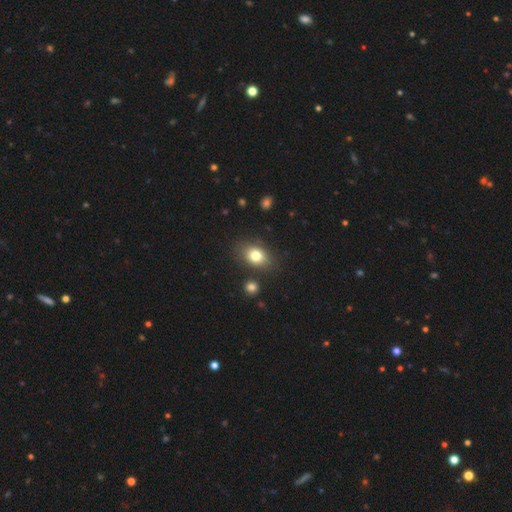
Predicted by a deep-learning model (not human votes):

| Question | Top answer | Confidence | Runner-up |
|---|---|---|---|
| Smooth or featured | smooth | 79% | featured or disk (11%) |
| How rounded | in between | 72% | round (26%) |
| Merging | none | 80% | minor disturbance (12%) |